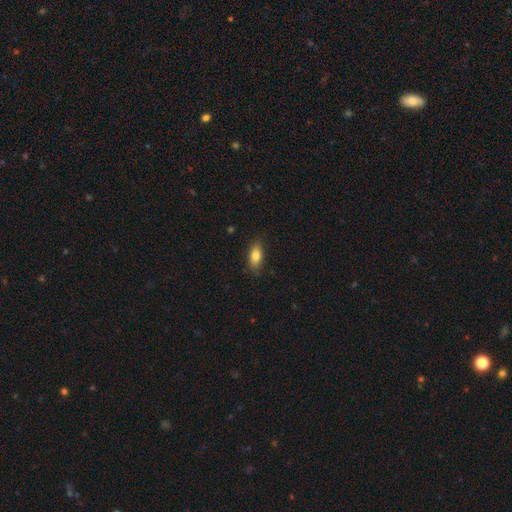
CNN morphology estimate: Smooth or featured? smooth (79%)
How rounded? in between (82%)
Merging? none (83%)